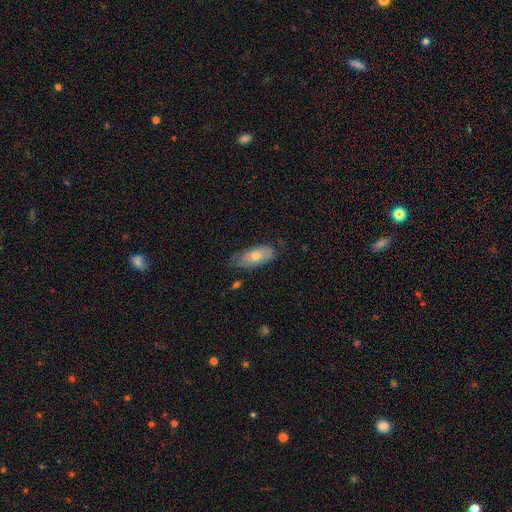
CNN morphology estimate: This appears to be a smooth galaxy with no disk features (63%) that is in between round and cigar-shaped (88%). Merging: none (60%).